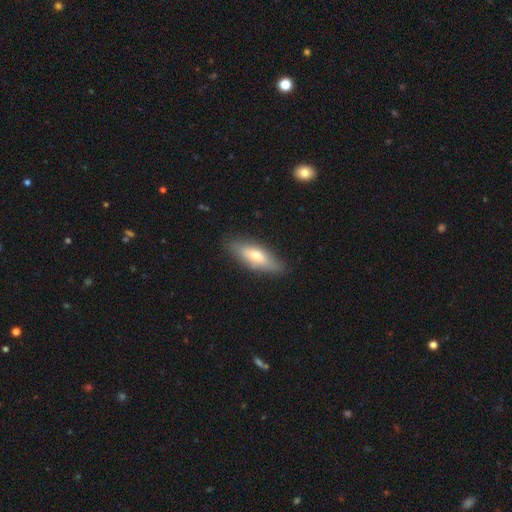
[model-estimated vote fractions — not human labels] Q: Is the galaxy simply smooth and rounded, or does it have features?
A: smooth — 67%.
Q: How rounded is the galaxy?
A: in between — 63%.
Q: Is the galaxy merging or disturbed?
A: none — 84%.